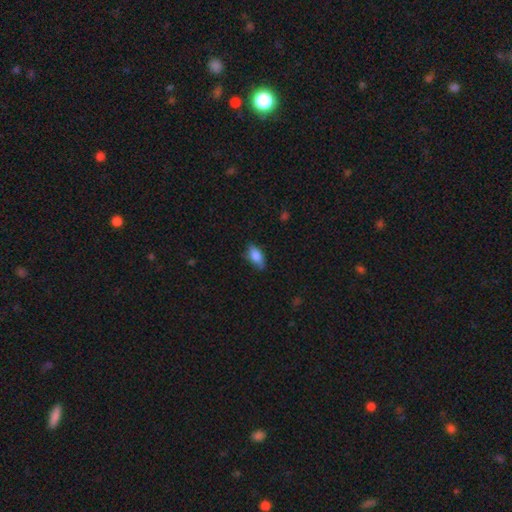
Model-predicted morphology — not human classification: Smooth or featured? Predicted: smooth (p=0.79). How rounded? Predicted: in between (p=0.87). Merging? Predicted: none (p=0.75).